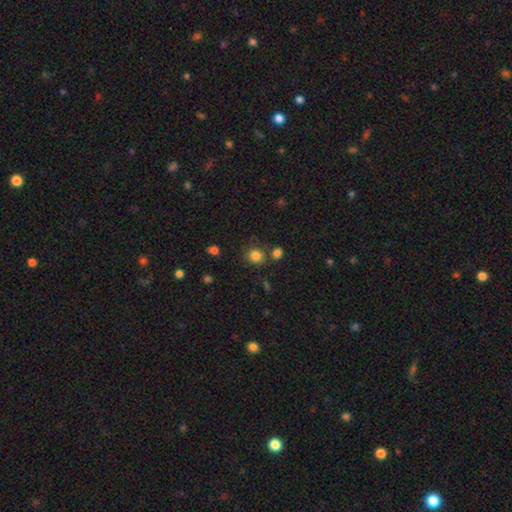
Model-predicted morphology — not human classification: The model was most divided on "merging": none: 74%, minor disturbance: 11%, merger: 11%, major disturbance: 4%. More confident: smooth or featured — smooth (83%); how rounded — round (82%).